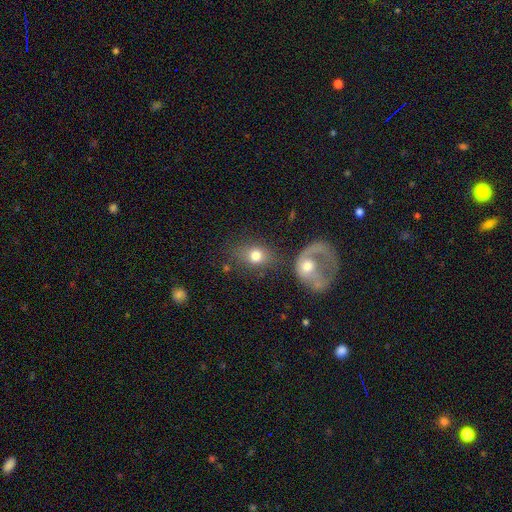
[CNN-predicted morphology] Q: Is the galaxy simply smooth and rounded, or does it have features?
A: smooth — 70%.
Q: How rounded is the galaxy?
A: in between — 54%.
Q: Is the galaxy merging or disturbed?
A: none — 48%.